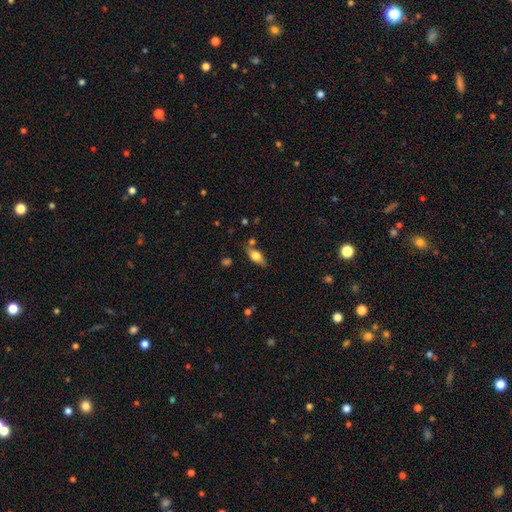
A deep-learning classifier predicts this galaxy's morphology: Smooth or featured?
  - smooth: 66% *
  - featured or disk: 26%
  - star or artifact: 8%
How rounded?
  - in between: 78% *
  - cigar-shaped: 18%
  - round: 4%
Merging?
  - none: 73% *
  - minor disturbance: 16%
  - merger: 7%
  - major disturbance: 4%